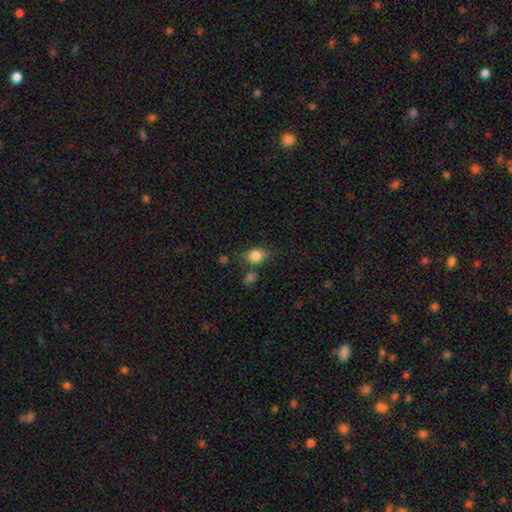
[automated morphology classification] smooth 83%, star or artifact 10%, featured or disk 7%. Down the decision tree: how rounded — in between (59%); merging — none (70%).